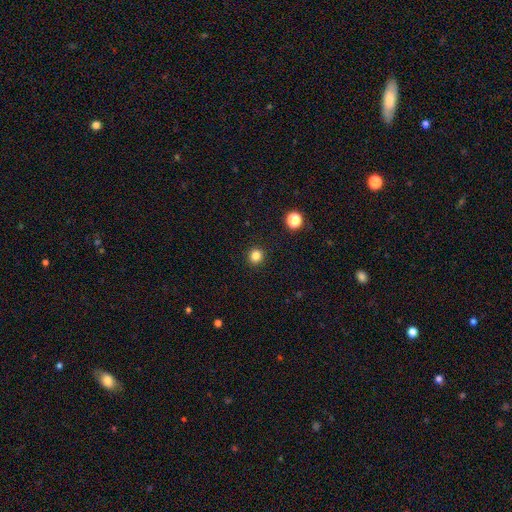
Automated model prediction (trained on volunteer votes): Q: Smooth or featured?
A: smooth (83%); runner-up: star or artifact (13%)
Q: How rounded?
A: round (94%); runner-up: in between (5%)
Q: Merging?
A: none (93%); runner-up: minor disturbance (4%)